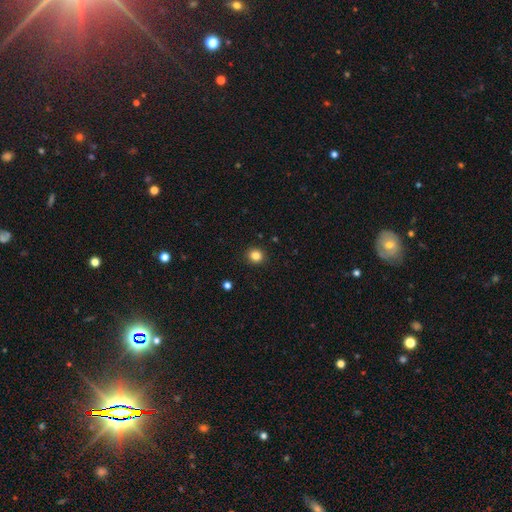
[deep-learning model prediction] Smooth or featured?
  - smooth: 84% *
  - star or artifact: 12%
  - featured or disk: 5%
How rounded?
  - round: 86% *
  - in between: 13%
  - cigar-shaped: 1%
Merging?
  - none: 92% *
  - minor disturbance: 6%
  - major disturbance: 2%
  - merger: 1%